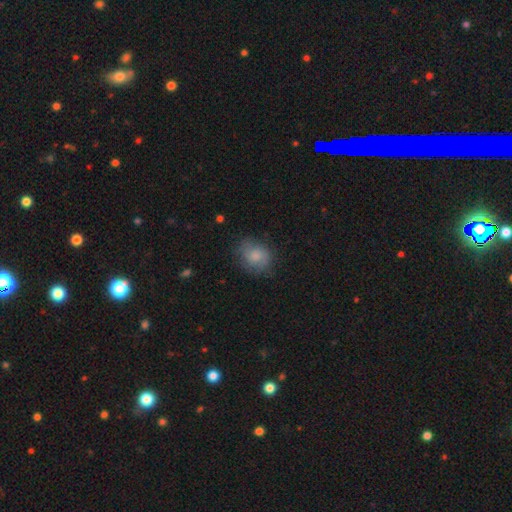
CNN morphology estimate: Smooth or featured?
  - smooth: 75% *
  - featured or disk: 16%
  - star or artifact: 8%
How rounded?
  - round: 56% *
  - in between: 43%
  - cigar-shaped: 1%
Merging?
  - none: 71% *
  - minor disturbance: 21%
  - major disturbance: 7%
  - merger: 1%